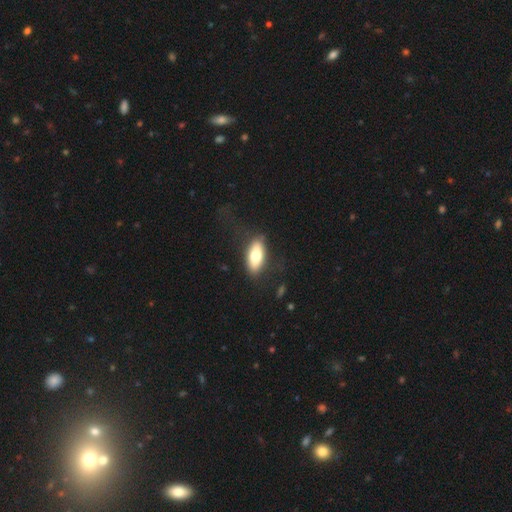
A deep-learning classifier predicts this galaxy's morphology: smooth 70%, featured or disk 24%, star or artifact 6%. Down the decision tree: how rounded — in between (82%); merging — none (75%).